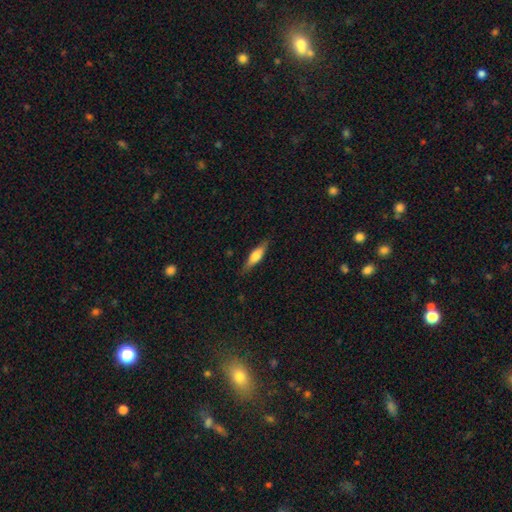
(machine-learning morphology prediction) Smooth or featured: smooth — 55% (featured or disk — 39%)
How rounded: cigar-shaped — 64% (in between — 34%)
Merging: none — 84% (minor disturbance — 12%)